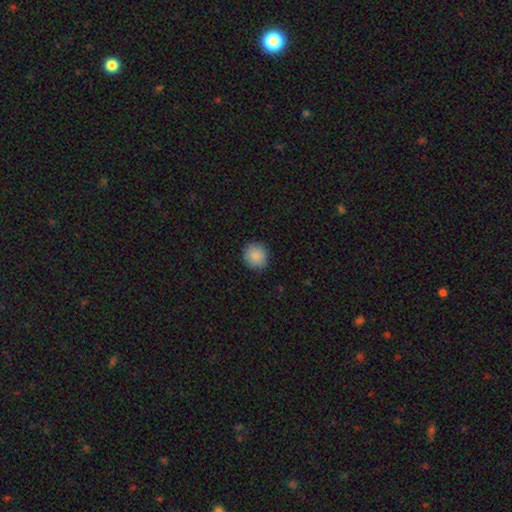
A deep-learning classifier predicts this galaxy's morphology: This is clearly a smooth galaxy (89%). How rounded: clearly round (92%). Merging: clearly none (90%).